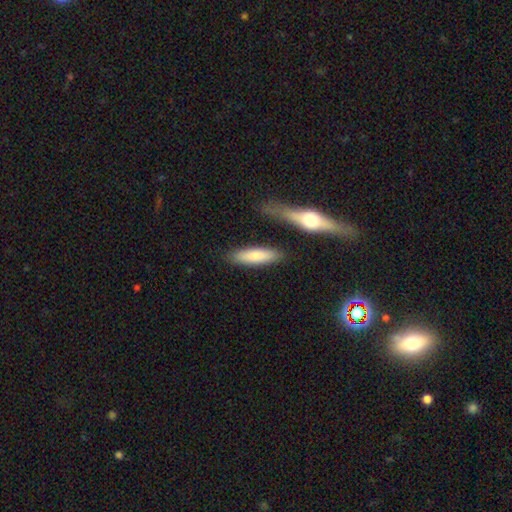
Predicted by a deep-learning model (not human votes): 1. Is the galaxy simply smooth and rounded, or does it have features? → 75% smooth, 19% featured or disk, 6% star or artifact.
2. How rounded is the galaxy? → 62% cigar-shaped, 36% in between, 2% round.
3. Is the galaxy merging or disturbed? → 78% none, 12% minor disturbance, 6% merger, 3% major disturbance.